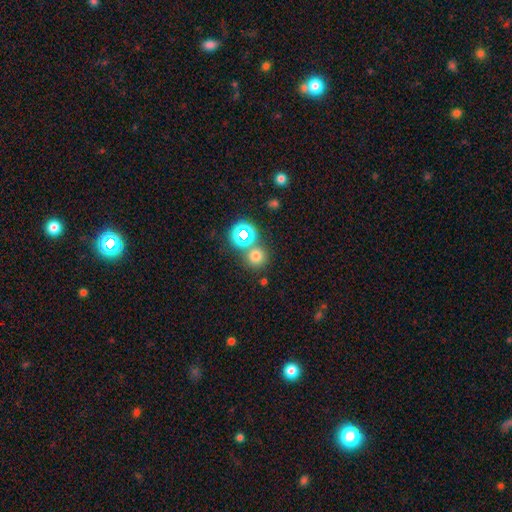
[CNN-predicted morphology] The model was most divided on "smooth or featured": smooth: 68%, star or artifact: 25%, featured or disk: 7%. More confident: how rounded — round (91%); merging — none (70%).